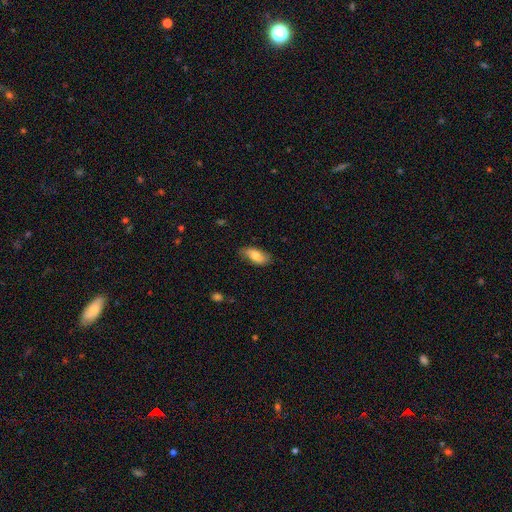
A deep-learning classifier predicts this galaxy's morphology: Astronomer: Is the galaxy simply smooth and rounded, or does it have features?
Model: smooth — 77%.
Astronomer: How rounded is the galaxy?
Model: in between — 86%.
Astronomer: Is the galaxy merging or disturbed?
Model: none — 79%.